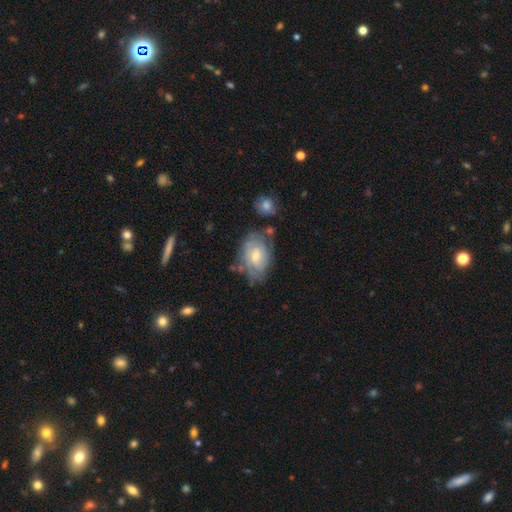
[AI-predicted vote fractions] This is possibly a featured or disk galaxy (56%). It is clearly not viewed edge-on (95%). Bar: possibly no (55%). Spiral arm pattern: likely yes (70%). Central bulge: possibly moderate (53%). Merging: possibly none (54%).